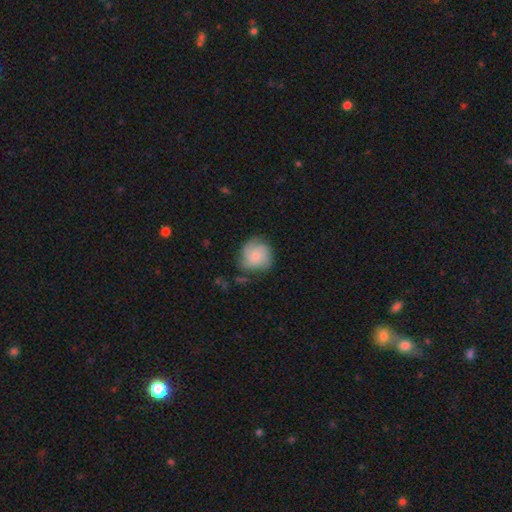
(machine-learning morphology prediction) A smooth galaxy with no disk features (49%).

Vote fractions:
- Smooth or featured? smooth: 49% / featured or disk: 43% / star or artifact: 8%
- Merging? none: 63% / minor disturbance: 24% / major disturbance: 10% / merger: 2%